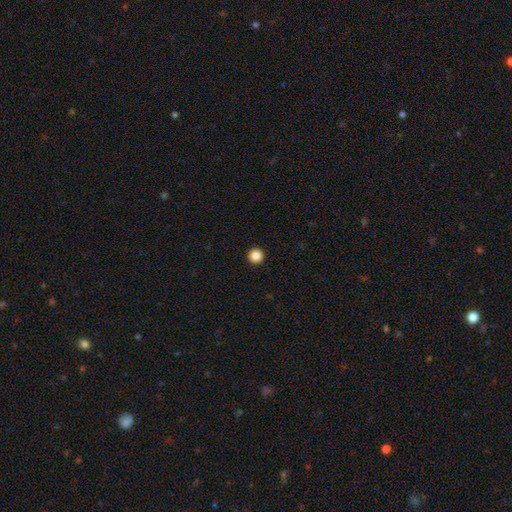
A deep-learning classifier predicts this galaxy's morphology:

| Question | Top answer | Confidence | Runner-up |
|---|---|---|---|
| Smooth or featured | smooth | 86% | star or artifact (11%) |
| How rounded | round | 97% | in between (2%) |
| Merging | none | 95% | minor disturbance (3%) |